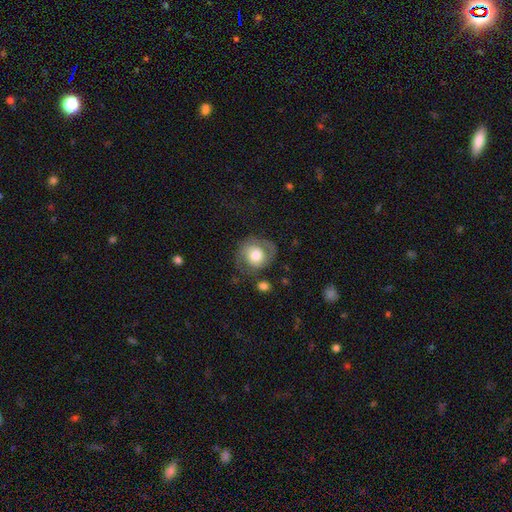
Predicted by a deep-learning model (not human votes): This is possibly a featured or disk galaxy (50%). It is clearly not viewed edge-on (97%). Merging: likely none (60%).